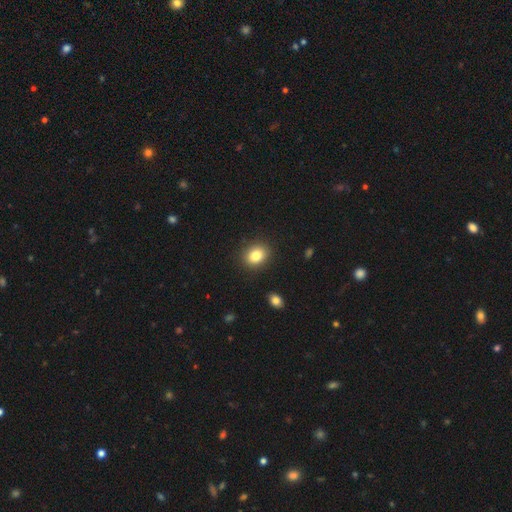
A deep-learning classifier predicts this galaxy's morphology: This is clearly a smooth galaxy (83%). How rounded: possibly in between (52%). Merging: clearly none (88%).